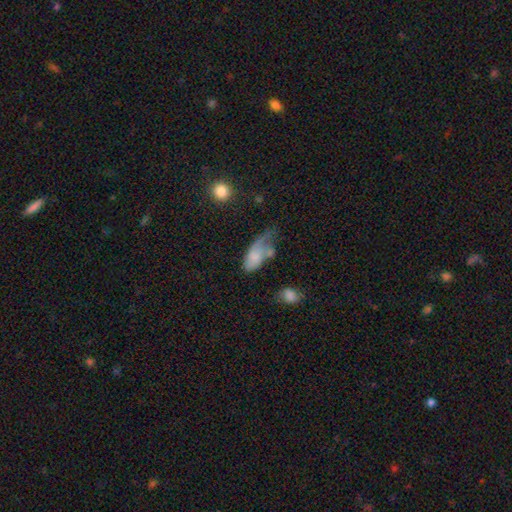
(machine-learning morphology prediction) Q: Smooth or featured?
A: smooth (63%); runner-up: featured or disk (29%)
Q: How rounded?
A: in between (89%); runner-up: cigar-shaped (6%)
Q: Merging?
A: major disturbance (41%); runner-up: minor disturbance (26%)